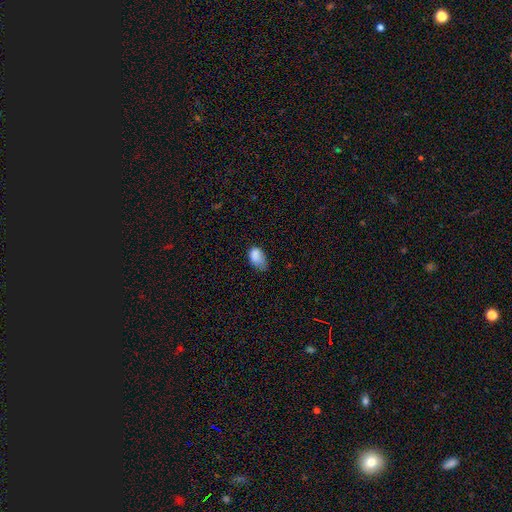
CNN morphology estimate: Q: Smooth or featured?
A: smooth (82%); runner-up: star or artifact (10%)
Q: How rounded?
A: in between (87%); runner-up: round (12%)
Q: Merging?
A: minor disturbance (46%); runner-up: none (31%)